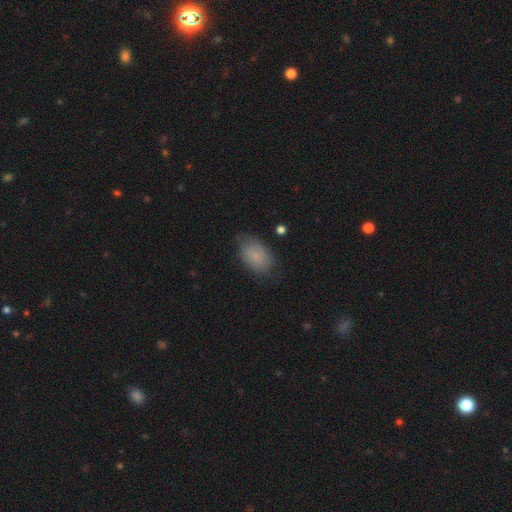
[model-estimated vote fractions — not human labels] This is clearly a smooth galaxy (81%). How rounded: clearly in between (90%). Merging: likely none (70%).